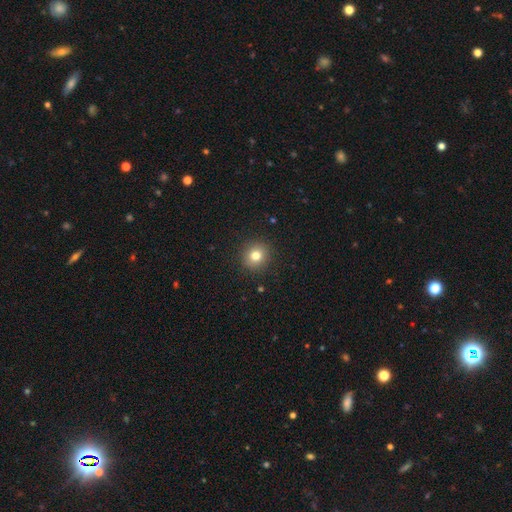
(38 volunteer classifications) A smooth galaxy with no disk features (74%) that is round (93%). Merging: none (94%).